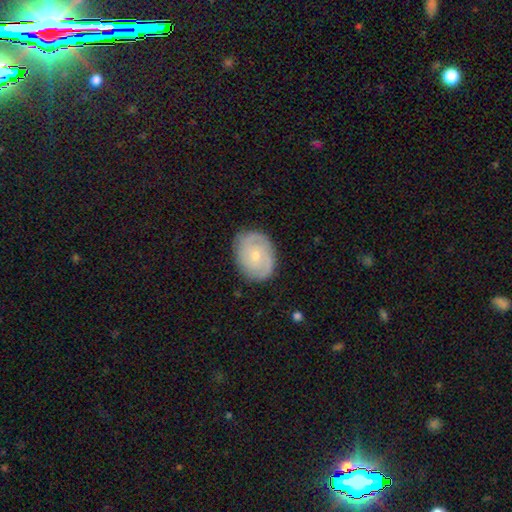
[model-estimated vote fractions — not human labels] The model was most divided on "spiral winding": tight: 58%, medium: 34%, loose: 9%. More confident: edge-on disk — no (97%); spiral arms — yes (90%); merging — none (83%); smooth or featured — featured or disk (70%); bar — no (69%); bulge size — small (64%); spiral arm count — 2 (55%).